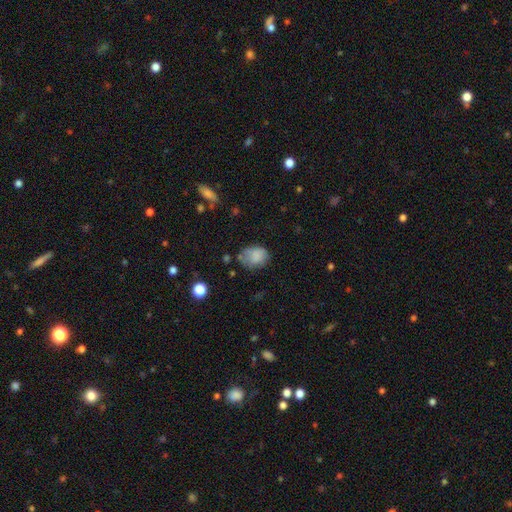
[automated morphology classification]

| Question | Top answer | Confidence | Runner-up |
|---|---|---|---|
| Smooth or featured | smooth | 78% | featured or disk (12%) |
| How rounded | in between | 59% | round (40%) |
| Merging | none | 53% | minor disturbance (29%) |